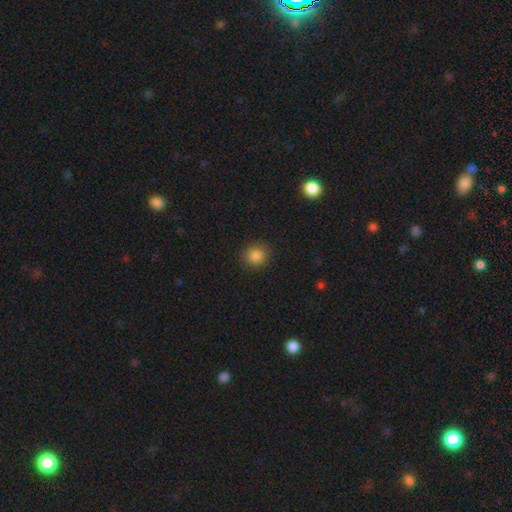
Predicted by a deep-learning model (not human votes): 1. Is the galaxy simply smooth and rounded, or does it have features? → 85% smooth, 11% star or artifact, 4% featured or disk.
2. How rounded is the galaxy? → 86% round, 13% in between, 1% cigar-shaped.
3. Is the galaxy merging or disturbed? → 90% none, 7% minor disturbance, 2% major disturbance, 1% merger.